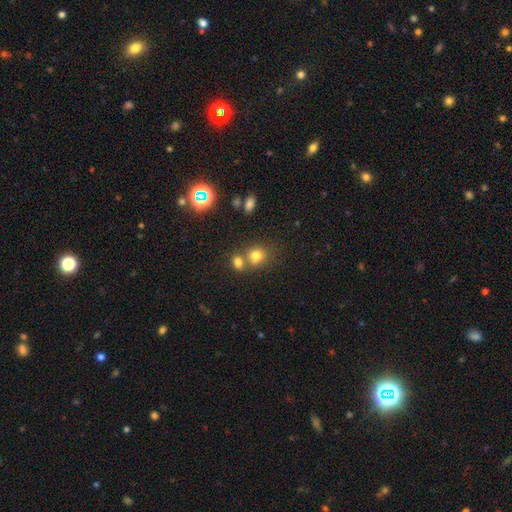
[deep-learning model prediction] smooth 76%, star or artifact 15%, featured or disk 9%. Down the decision tree: how rounded — round (70%); merging — none (47%).